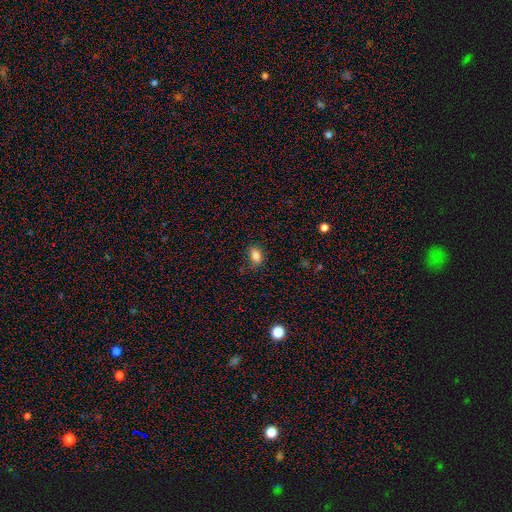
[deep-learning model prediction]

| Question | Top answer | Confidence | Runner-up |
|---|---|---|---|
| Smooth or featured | smooth | 84% | star or artifact (10%) |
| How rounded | in between | 82% | round (16%) |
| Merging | none | 78% | minor disturbance (16%) |